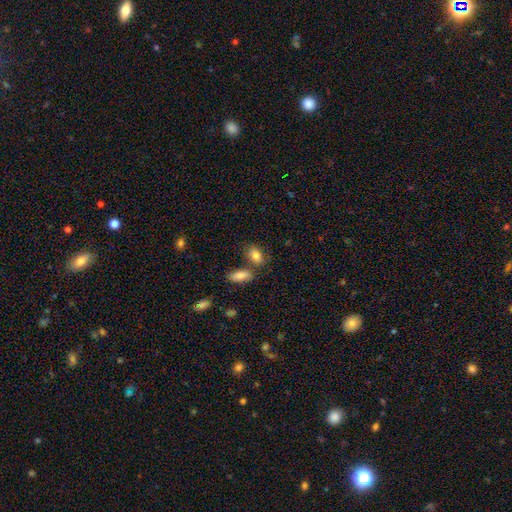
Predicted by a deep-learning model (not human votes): Morphology: type=smooth (83%); roundness=in between (86%); merging=none (64%).